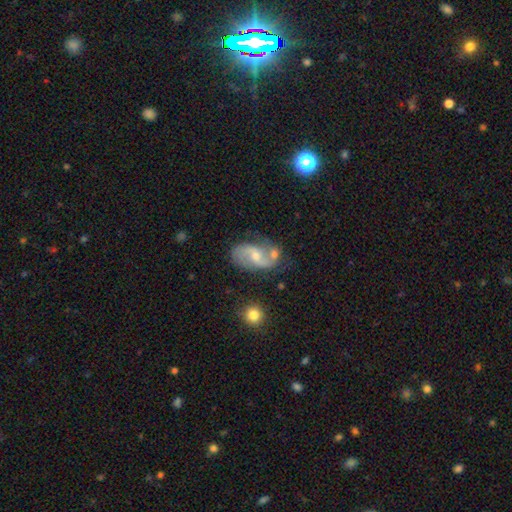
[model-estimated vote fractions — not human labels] Smooth or featured? featured or disk (81%)
Edge-on disk? no (97%)
Bar? weak (44%)
Spiral arms? yes (93%)
Spiral winding? loose (51%)
Spiral arm count? 2 (89%)
Bulge size? small (52%)
Merging? none (57%)